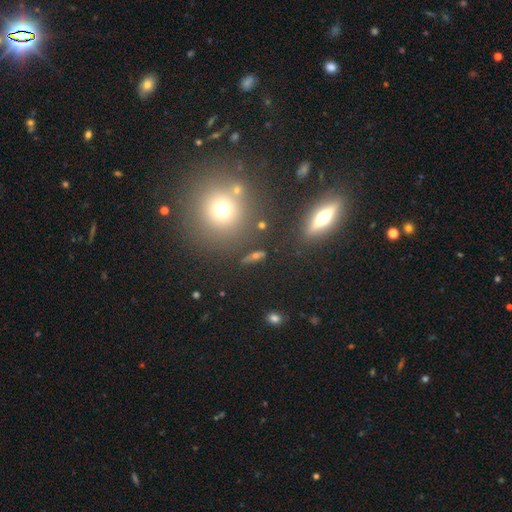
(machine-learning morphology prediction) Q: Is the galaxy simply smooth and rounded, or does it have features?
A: smooth — 47%.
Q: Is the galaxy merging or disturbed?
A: none — 80%.